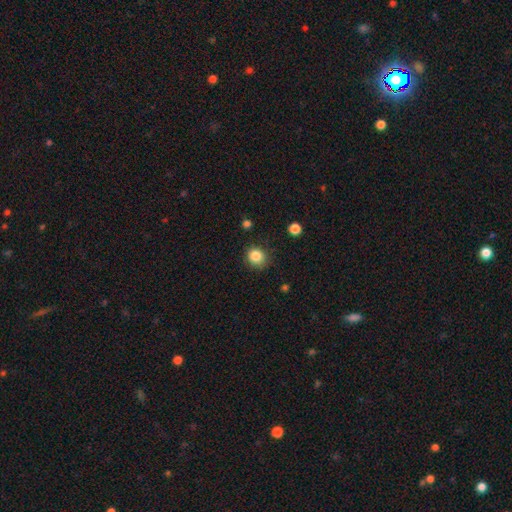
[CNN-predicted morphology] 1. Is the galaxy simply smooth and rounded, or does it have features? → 84% smooth, 11% star or artifact, 5% featured or disk.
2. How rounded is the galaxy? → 79% round, 20% in between, 1% cigar-shaped.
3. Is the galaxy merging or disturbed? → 83% none, 13% minor disturbance, 3% major disturbance, 1% merger.